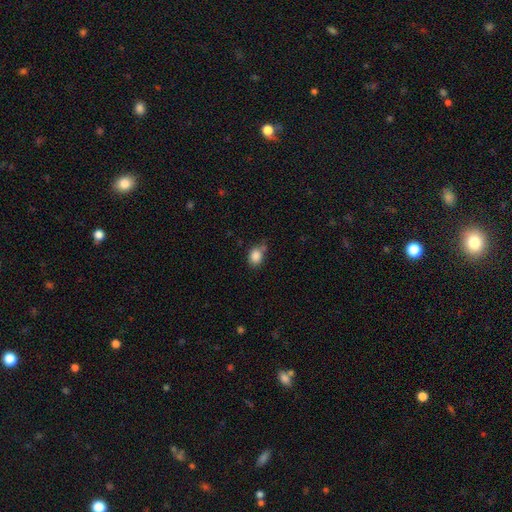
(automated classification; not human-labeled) A smooth galaxy with no disk features (86%) that is in between round and cigar-shaped (58%). Merging: none (60%).